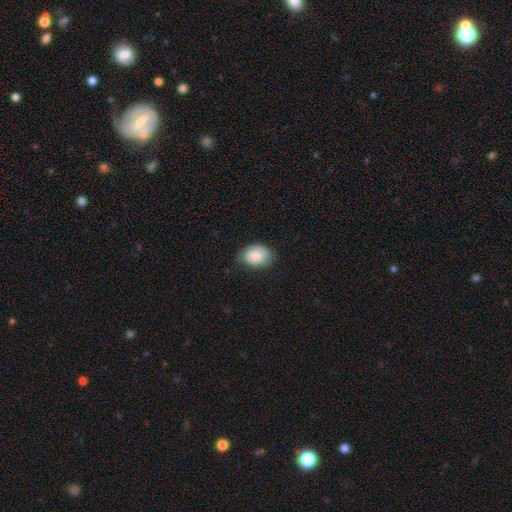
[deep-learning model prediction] Smooth or featured? smooth (82%)
How rounded? in between (63%)
Merging? none (62%)